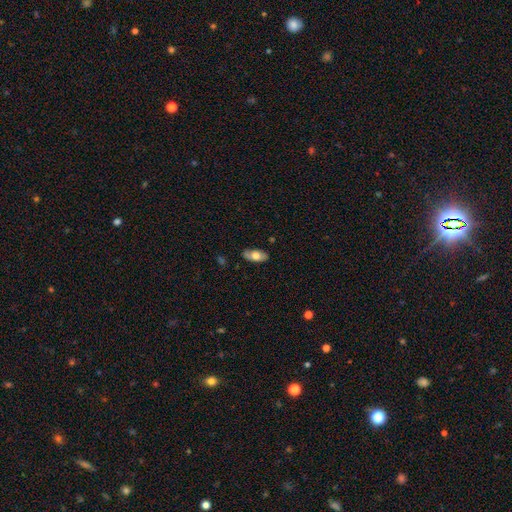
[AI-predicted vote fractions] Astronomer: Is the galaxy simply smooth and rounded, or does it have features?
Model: smooth — 63%.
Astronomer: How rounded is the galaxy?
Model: in between — 90%.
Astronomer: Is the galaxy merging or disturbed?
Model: none — 81%.